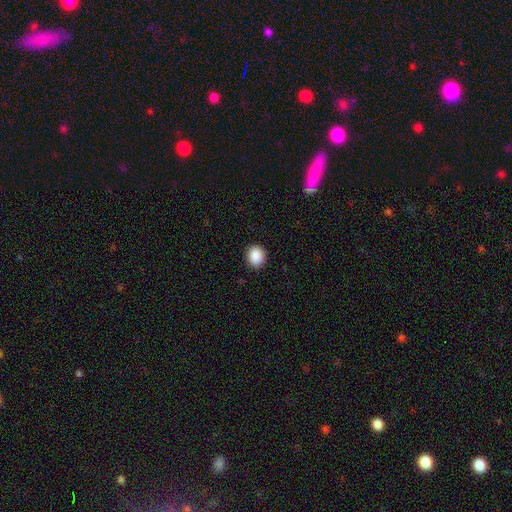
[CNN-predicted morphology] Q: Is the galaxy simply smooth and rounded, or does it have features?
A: smooth — 89%.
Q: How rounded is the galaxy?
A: round — 78%.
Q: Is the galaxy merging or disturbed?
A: none — 91%.